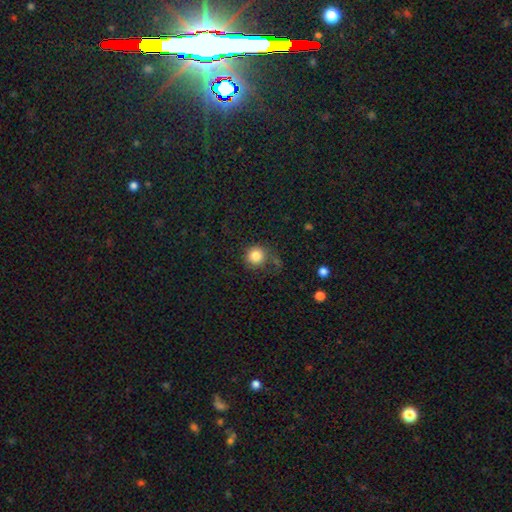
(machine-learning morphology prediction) This is clearly a smooth galaxy (83%). How rounded: clearly round (93%). Merging: likely none (73%).